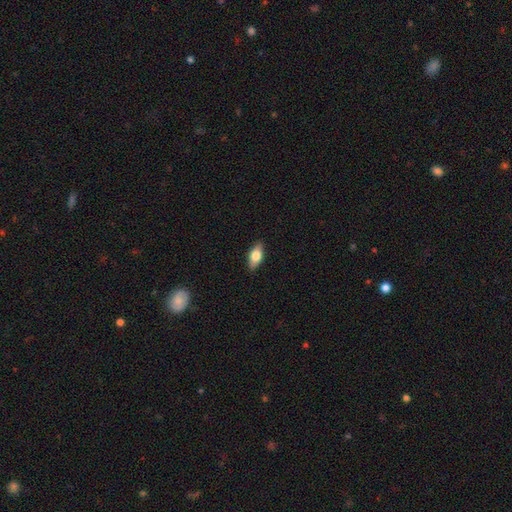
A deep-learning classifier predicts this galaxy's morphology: Smooth or featured? smooth (71%)
How rounded? in between (85%)
Merging? none (88%)